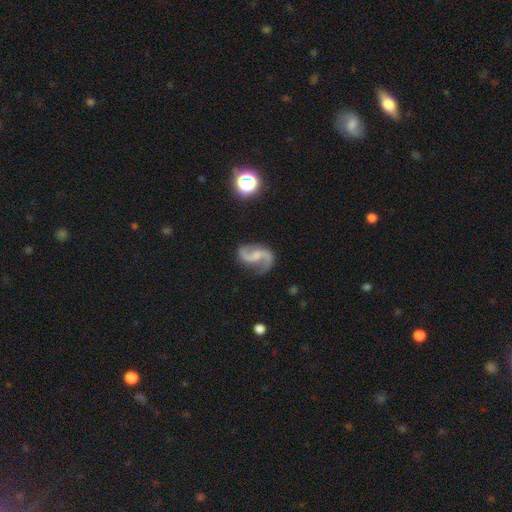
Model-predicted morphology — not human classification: A featured or disk galaxy (91%) with a weak bar (44%, tied with no), 2 (94%) loose (64%) spiral arms (98%) and a small central bulge (42%). Merging: none (79%).